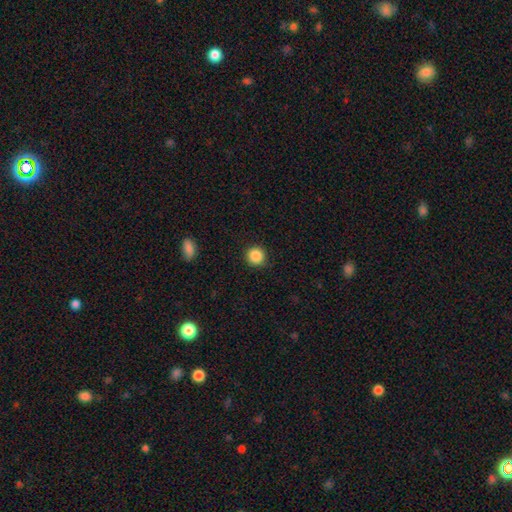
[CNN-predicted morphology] Smooth or featured? Predicted: smooth (p=0.87). How rounded? Predicted: round (p=0.94). Merging? Predicted: none (p=0.89).